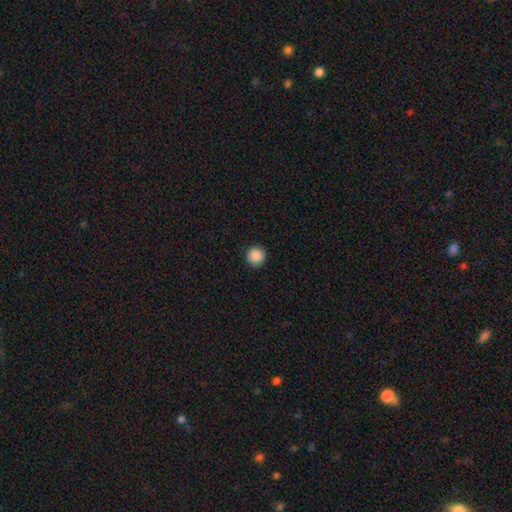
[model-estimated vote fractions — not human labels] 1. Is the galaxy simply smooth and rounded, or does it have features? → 89% smooth, 9% star or artifact, 2% featured or disk.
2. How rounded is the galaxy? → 96% round, 3% in between, 1% cigar-shaped.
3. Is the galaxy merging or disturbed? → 93% none, 5% minor disturbance, 2% major disturbance, 1% merger.